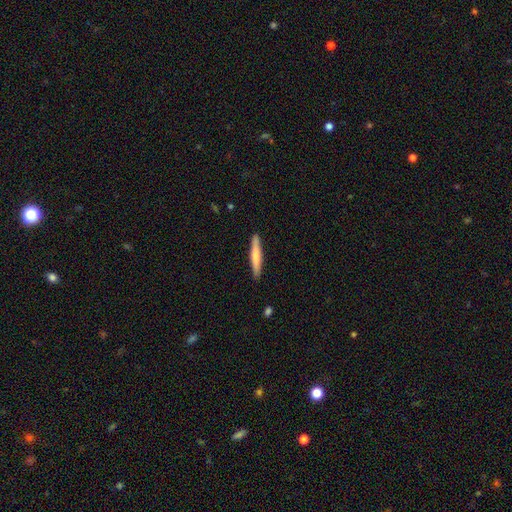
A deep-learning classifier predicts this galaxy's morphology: smooth 66%, featured or disk 29%, star or artifact 5%. Down the decision tree: how rounded — cigar-shaped (94%); merging — none (90%).